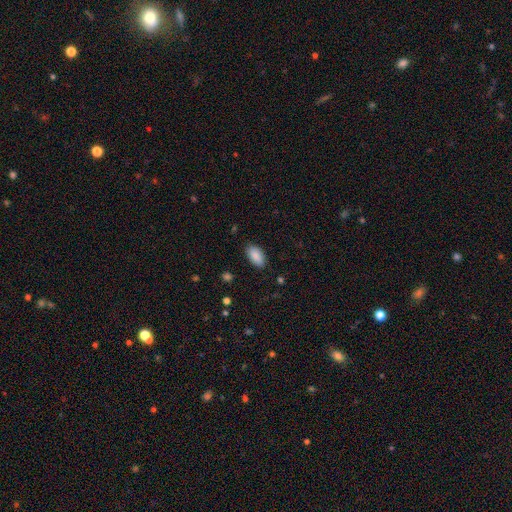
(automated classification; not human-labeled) Morphology: type=smooth (89%); roundness=in between (94%); merging=none (86%).